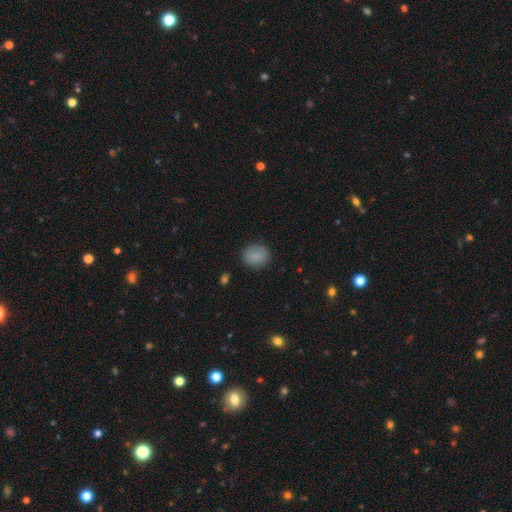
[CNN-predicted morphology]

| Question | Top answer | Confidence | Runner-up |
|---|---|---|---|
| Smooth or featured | smooth | 86% | star or artifact (8%) |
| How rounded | round | 75% | in between (23%) |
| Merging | none | 86% | minor disturbance (10%) |